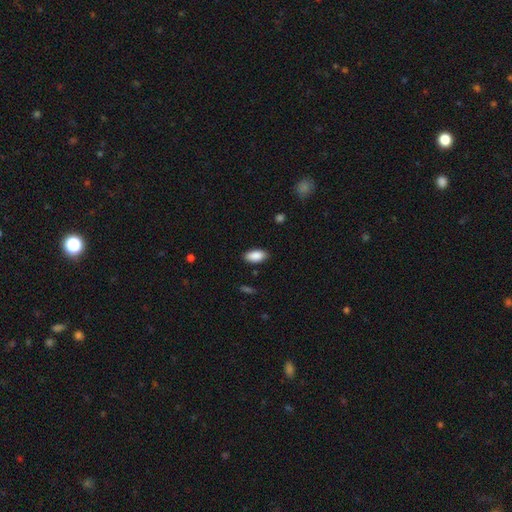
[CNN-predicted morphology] Q: Smooth or featured?
A: smooth (89%); runner-up: star or artifact (6%)
Q: How rounded?
A: in between (93%); runner-up: cigar-shaped (5%)
Q: Merging?
A: none (87%); runner-up: minor disturbance (9%)